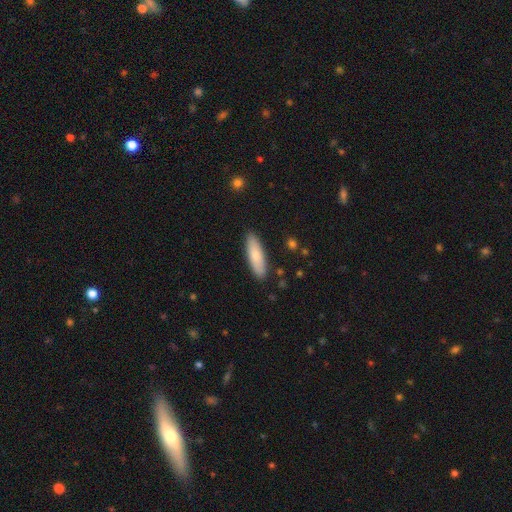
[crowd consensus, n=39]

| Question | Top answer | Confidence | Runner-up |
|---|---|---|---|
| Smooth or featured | smooth | 62% | featured or disk (31%) |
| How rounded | cigar-shaped | 71% | in between (29%) |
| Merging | none | 86% | minor disturbance (6%) |